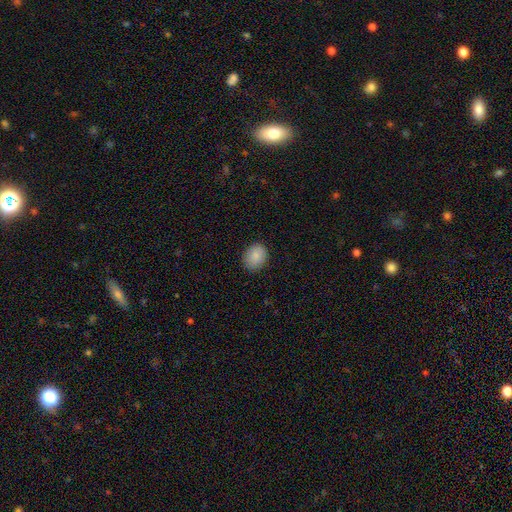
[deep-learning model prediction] smooth_or_featured: smooth (p=0.88) [alt: star or artifact p=0.08]
how_rounded: round (p=0.55) [alt: in between p=0.44]
merging: none (p=0.89) [alt: minor disturbance p=0.08]